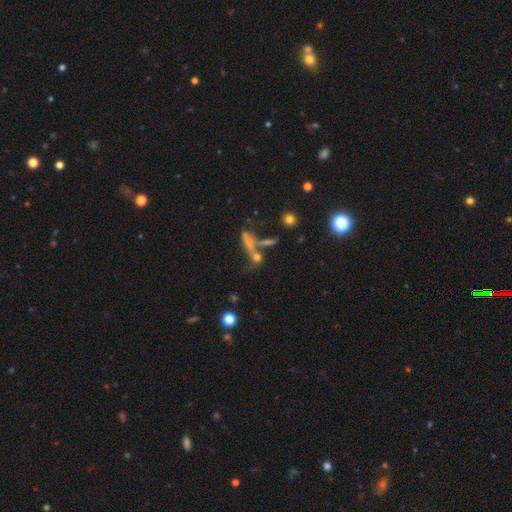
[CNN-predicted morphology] type=smooth (42%); merging=merger (38%, tied with none).